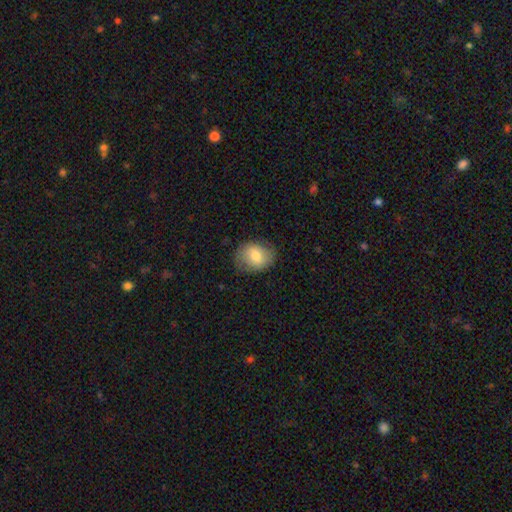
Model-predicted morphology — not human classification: A smooth galaxy with no disk features (74%) that is in between round and cigar-shaped (53%).

Vote fractions:
- Smooth or featured? smooth: 74% / featured or disk: 18% / star or artifact: 8%
- How rounded? in between: 53% / round: 46% / cigar-shaped: 1%
- Merging? none: 78% / minor disturbance: 17% / major disturbance: 4% / merger: 1%